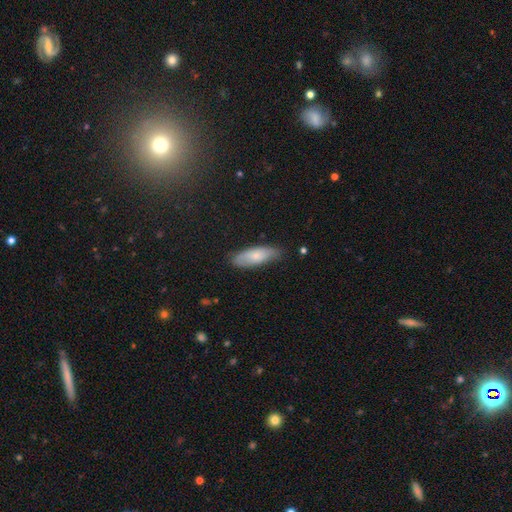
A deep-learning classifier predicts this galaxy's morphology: smooth-or-featured: smooth: 71% | featured or disk: 23% | star or artifact: 6%
  how-rounded: in between: 66% | cigar-shaped: 32% | round: 2%
  merging: none: 73% | minor disturbance: 22% | major disturbance: 4% | merger: 1%